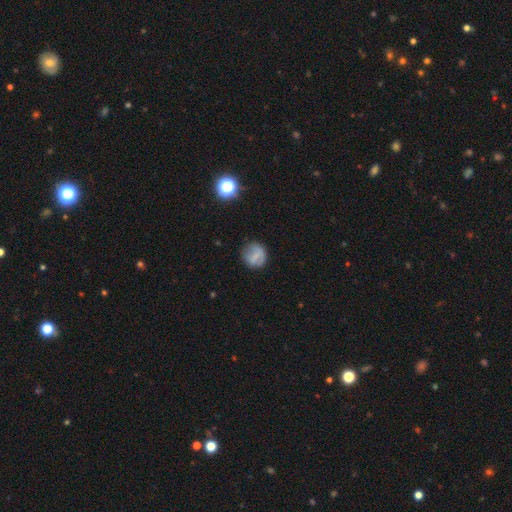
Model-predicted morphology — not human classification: Smooth or featured? smooth (62%)
How rounded? round (84%)
Merging? none (76%)